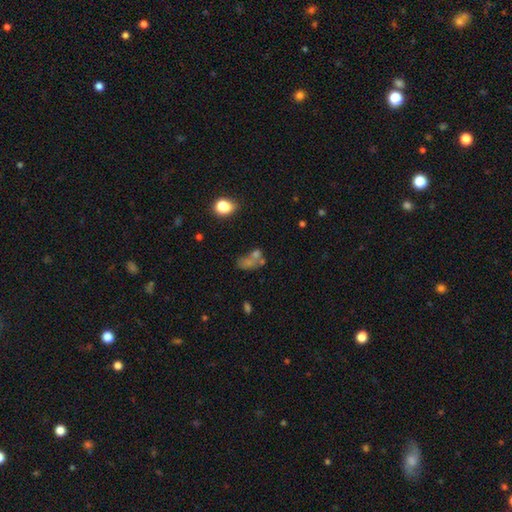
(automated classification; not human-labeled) This appears to be a smooth galaxy with no disk features (53%) that is in between round and cigar-shaped (66%). Merging: merger (38%).